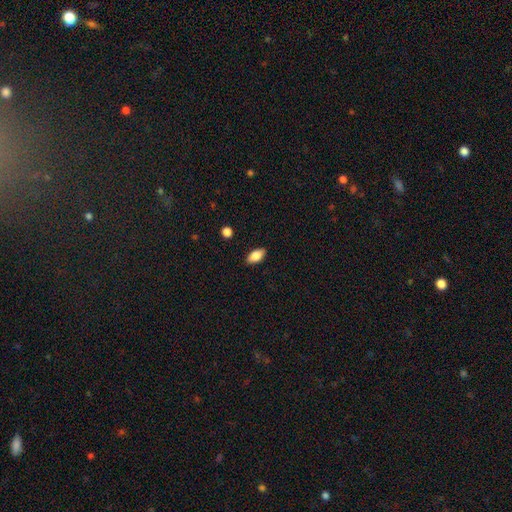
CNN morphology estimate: The model was most divided on "smooth or featured": smooth: 84%, featured or disk: 9%, star or artifact: 7%. More confident: how rounded — in between (91%); merging — none (88%).